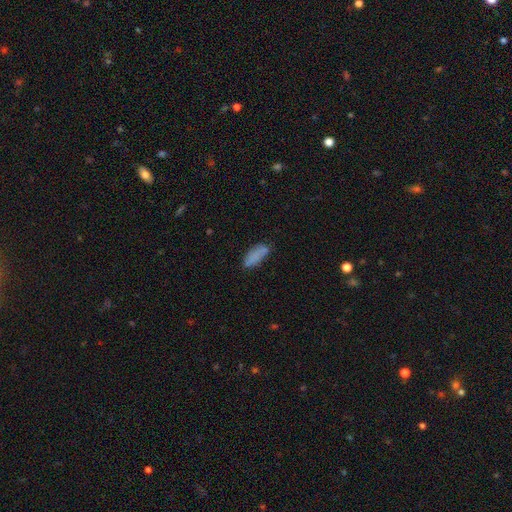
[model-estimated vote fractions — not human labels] The model was most divided on "merging": none: 67%, minor disturbance: 21%, major disturbance: 6%, merger: 6%. More confident: smooth or featured — smooth (81%); how rounded — in between (76%).